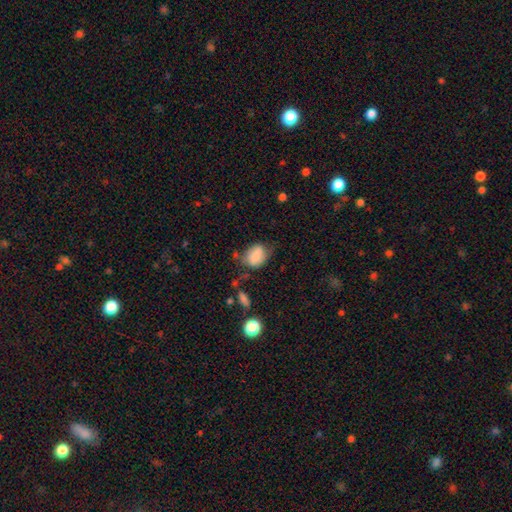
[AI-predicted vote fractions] Smooth or featured: smooth — 78% (featured or disk — 13%)
How rounded: in between — 73% (round — 25%)
Merging: none — 48% (minor disturbance — 33%)